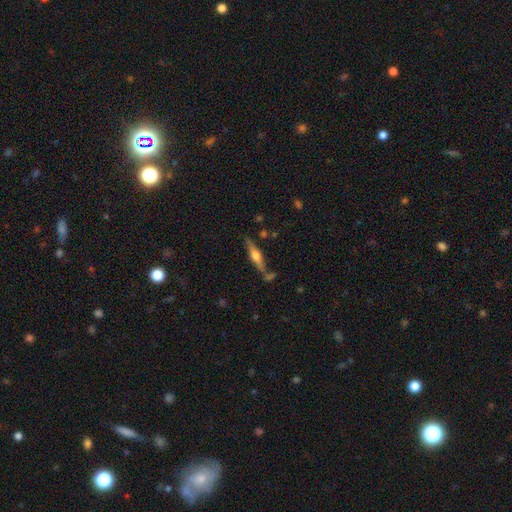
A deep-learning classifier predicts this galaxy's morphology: The model was most divided on "smooth or featured": featured or disk: 65%, smooth: 29%, star or artifact: 6%. More confident: edge-on disk — yes (96%); edge-on bulge — rounded (90%); merging — none (75%).